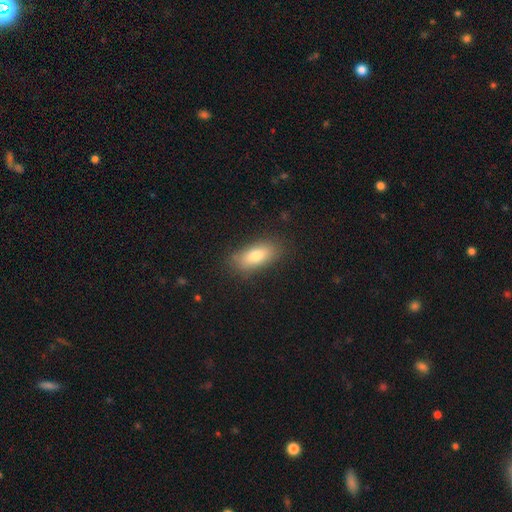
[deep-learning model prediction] Smooth or featured? smooth (78%)
How rounded? in between (85%)
Merging? none (83%)